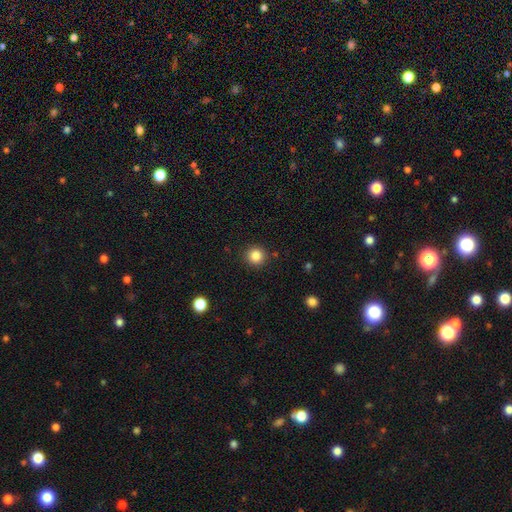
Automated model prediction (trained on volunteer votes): Overall: smooth (85%). How rounded: round (94%). Merging: none (90%).